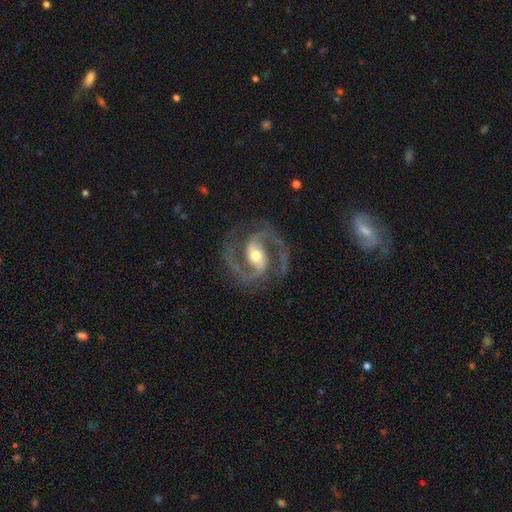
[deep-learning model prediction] Overall: featured or disk (93%). Edge-on disk: no (98%). Bar: weak (40%; strong 39%). Spiral arms: yes (98%). Spiral arm count: 2 (93%). Spiral winding: medium (67%). Bulge size: moderate (68%). Merging: none (81%).